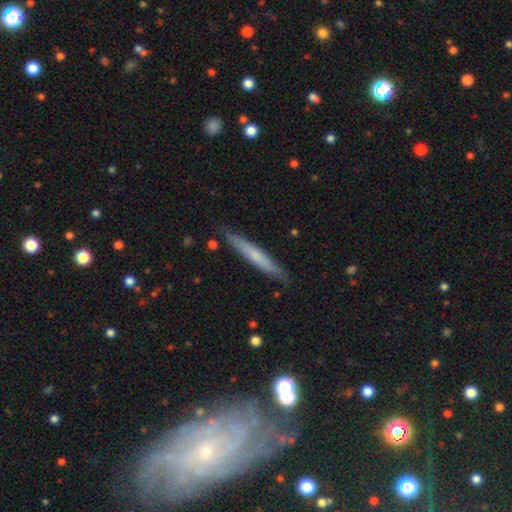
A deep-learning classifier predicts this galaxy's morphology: The model was most divided on "smooth or featured": smooth: 59%, featured or disk: 35%, star or artifact: 6%. More confident: how rounded — cigar-shaped (95%); merging — none (88%).